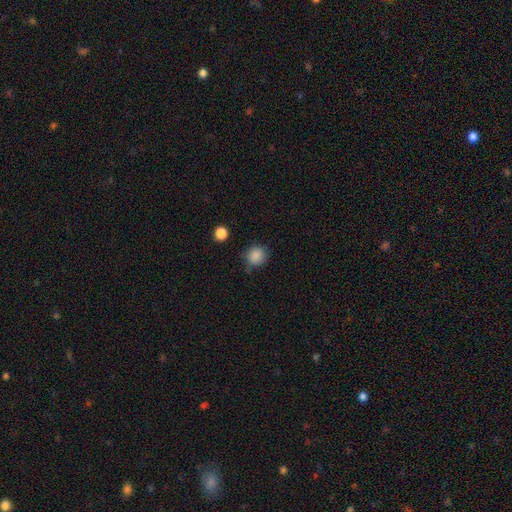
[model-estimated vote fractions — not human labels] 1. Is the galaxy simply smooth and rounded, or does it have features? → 87% smooth, 10% star or artifact, 4% featured or disk.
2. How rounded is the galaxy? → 85% round, 14% in between, 1% cigar-shaped.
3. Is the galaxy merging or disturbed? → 75% none, 17% minor disturbance, 4% major disturbance, 3% merger.